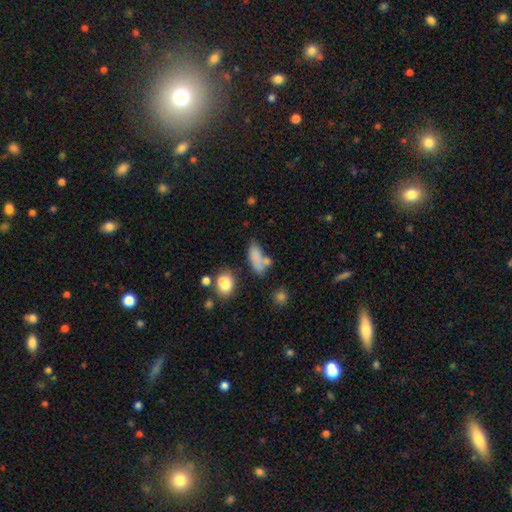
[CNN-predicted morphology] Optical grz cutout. It shows a smooth galaxy with no disk features (73%) that is in between round and cigar-shaped (73%). Merging: none (42%).